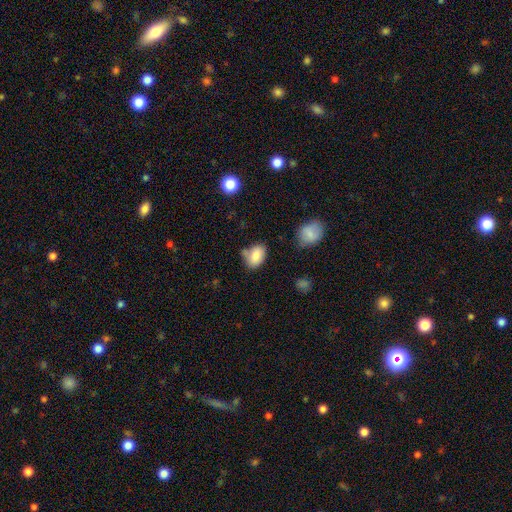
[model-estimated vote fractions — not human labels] Morphology: type=smooth (82%); roundness=in between (77%); merging=none (59%).